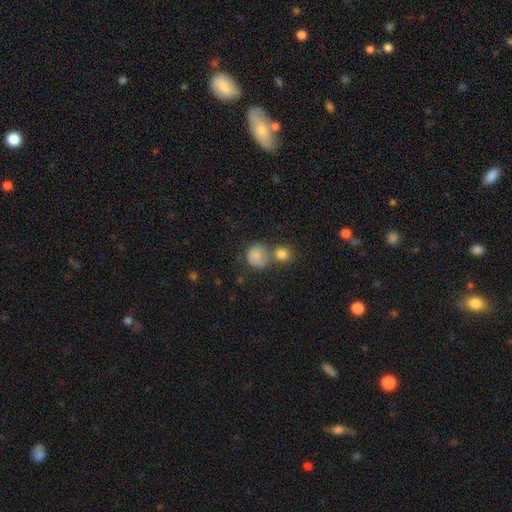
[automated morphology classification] smooth-or-featured: smooth: 78% | featured or disk: 12% | star or artifact: 10%
  how-rounded: round: 80% | in between: 19% | cigar-shaped: 1%
  merging: none: 42% | merger: 33% | minor disturbance: 16% | major disturbance: 9%